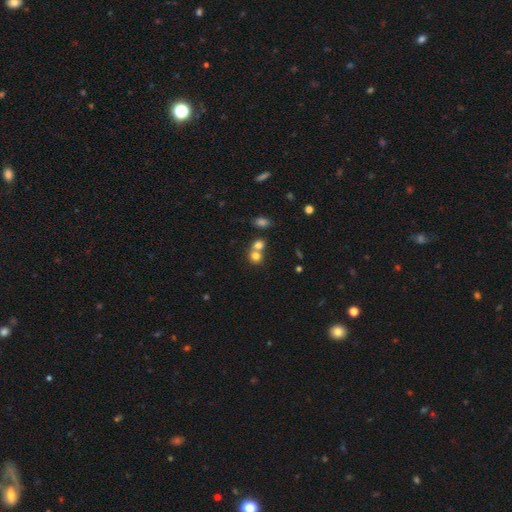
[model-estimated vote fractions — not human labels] This appears to be a smooth galaxy with no disk features (76%) that is round (77%). Merging: merger (52%).